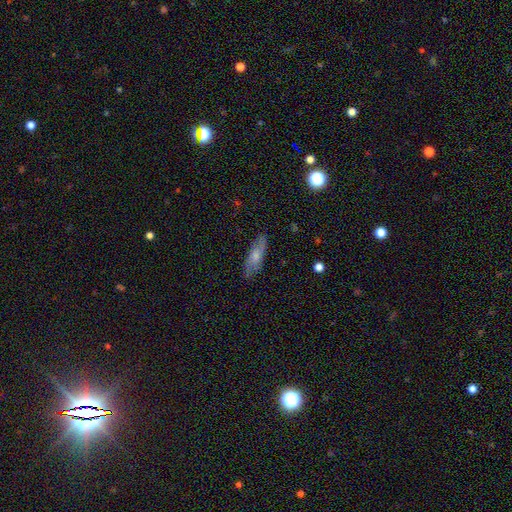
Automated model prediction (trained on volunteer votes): A smooth galaxy with no disk features (56%) that is in between round and cigar-shaped (51%).

Vote fractions:
- Smooth or featured? smooth: 56% / featured or disk: 37% / star or artifact: 7%
- How rounded? in between: 51% / cigar-shaped: 47% / round: 2%
- Merging? none: 81% / minor disturbance: 15% / major disturbance: 3% / merger: 1%